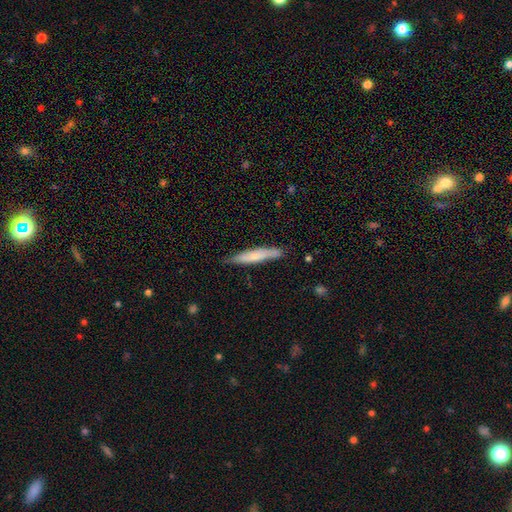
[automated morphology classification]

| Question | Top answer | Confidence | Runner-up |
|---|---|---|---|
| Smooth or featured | smooth | 66% | featured or disk (28%) |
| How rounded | cigar-shaped | 92% | in between (7%) |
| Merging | none | 81% | minor disturbance (15%) |